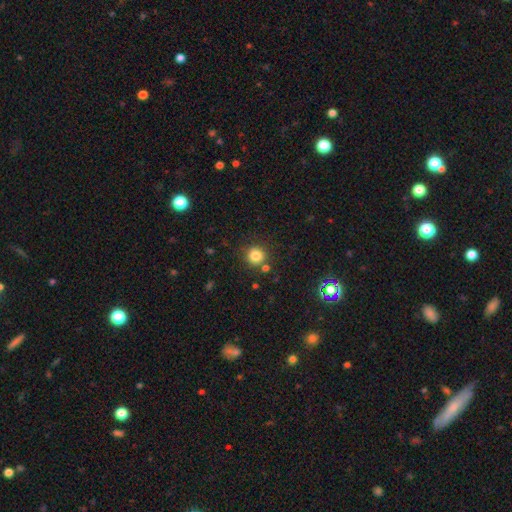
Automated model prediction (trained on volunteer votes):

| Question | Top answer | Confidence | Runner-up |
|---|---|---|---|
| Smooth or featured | smooth | 81% | star or artifact (14%) |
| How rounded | round | 94% | in between (5%) |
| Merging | none | 83% | minor disturbance (8%) |